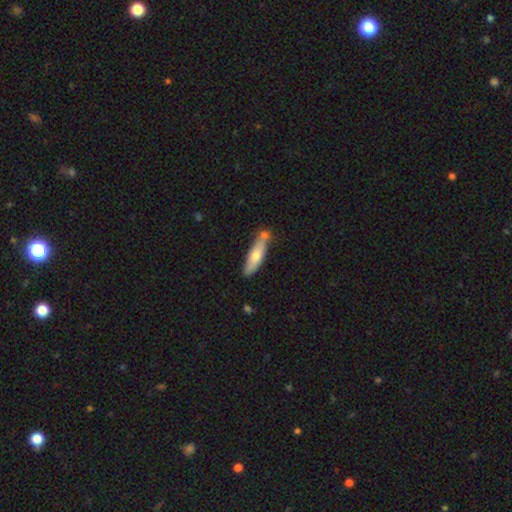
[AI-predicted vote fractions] Overall: smooth (58%; featured or disk 36%). How rounded: cigar-shaped (77%). Merging: none (68%).